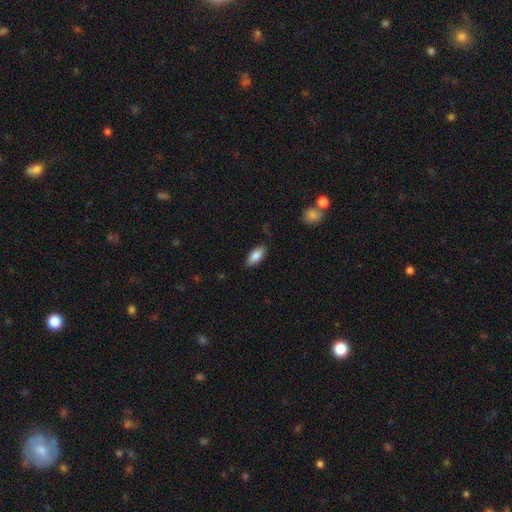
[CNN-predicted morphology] This is clearly a smooth galaxy (83%). How rounded: clearly in between (88%). Merging: clearly none (82%).